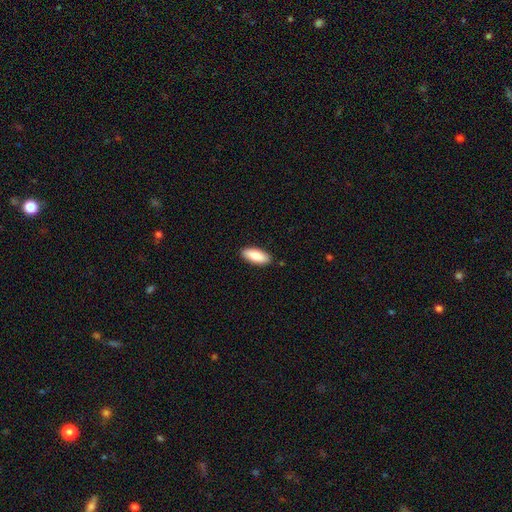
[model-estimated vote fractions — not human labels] This appears to be a smooth galaxy with no disk features (84%) that is in between round and cigar-shaped (78%). Merging: none (89%).